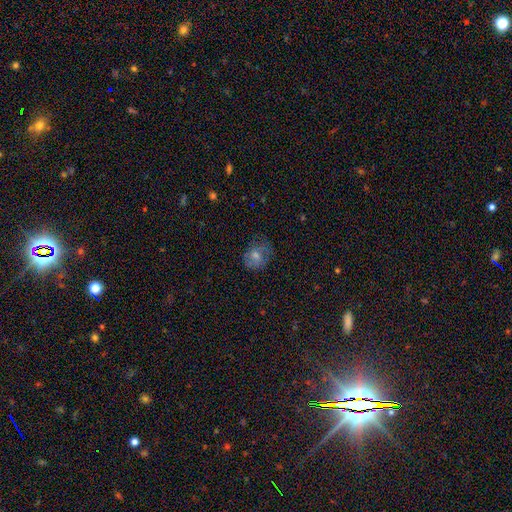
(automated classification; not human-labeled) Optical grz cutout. It shows a smooth galaxy with no disk features (47%). Merging: none (70%).